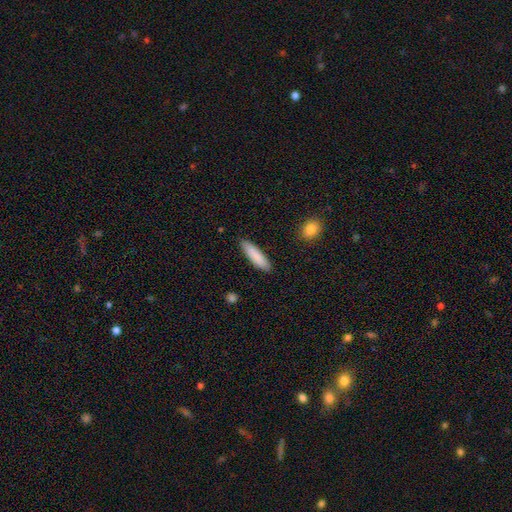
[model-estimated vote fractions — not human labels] This is clearly a smooth galaxy (87%). How rounded: likely cigar-shaped (72%). Merging: clearly none (89%).